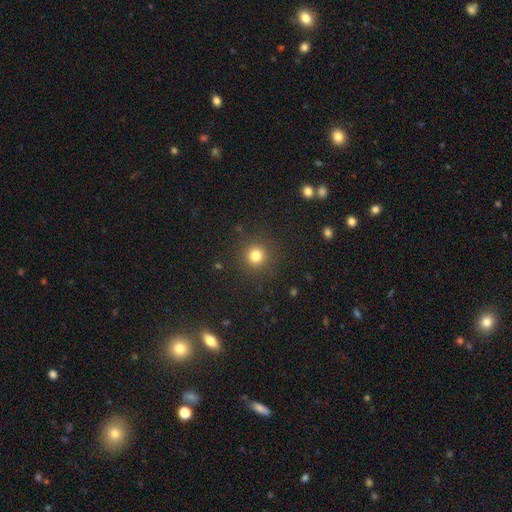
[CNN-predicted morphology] This is clearly a smooth galaxy (81%). How rounded: clearly round (95%). Merging: clearly none (90%).